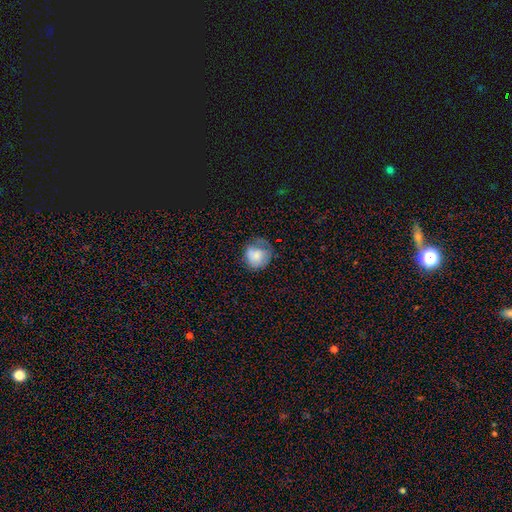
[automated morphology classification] type=smooth (73%); roundness=round (77%); merging=none (46%).